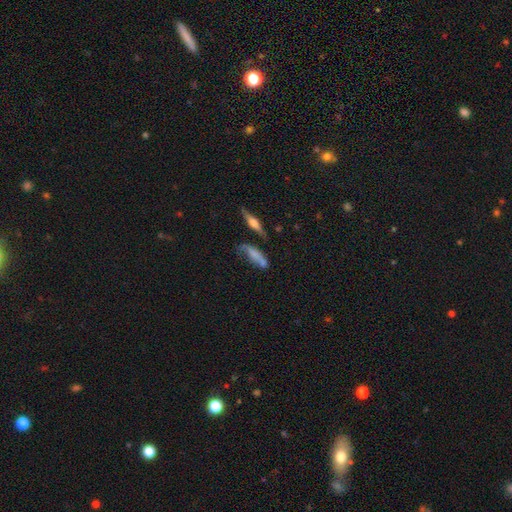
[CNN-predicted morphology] A smooth galaxy with no disk features (52%) that is cigar-shaped (51%). Merging: none (42%).